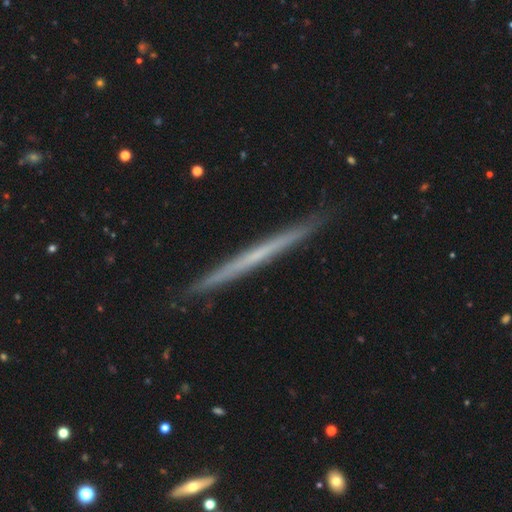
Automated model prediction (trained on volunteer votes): This appears to be a featured or disk galaxy (61%) viewed edge-on (98%) with no central bulge (90%). Merging: none (92%).